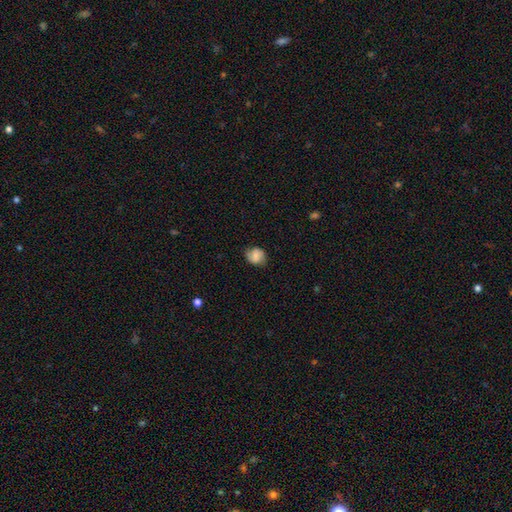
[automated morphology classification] This appears to be a smooth galaxy with no disk features (63%) that is round (68%). Merging: none (75%).